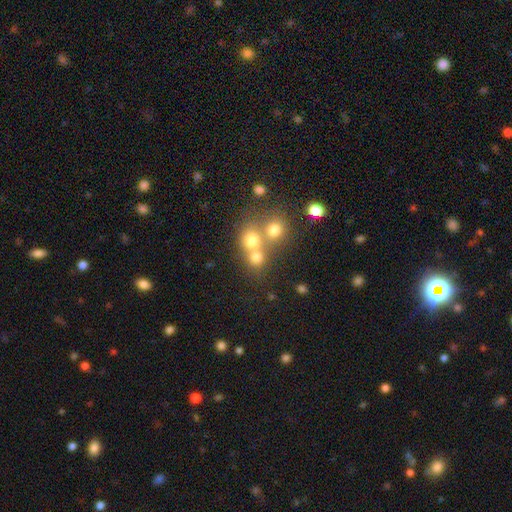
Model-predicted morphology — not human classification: Smooth or featured?
  - smooth: 64% *
  - star or artifact: 19%
  - featured or disk: 17%
How rounded?
  - round: 77% *
  - in between: 22%
  - cigar-shaped: 1%
Merging?
  - merger: 52% *
  - none: 38%
  - minor disturbance: 6%
  - major disturbance: 4%